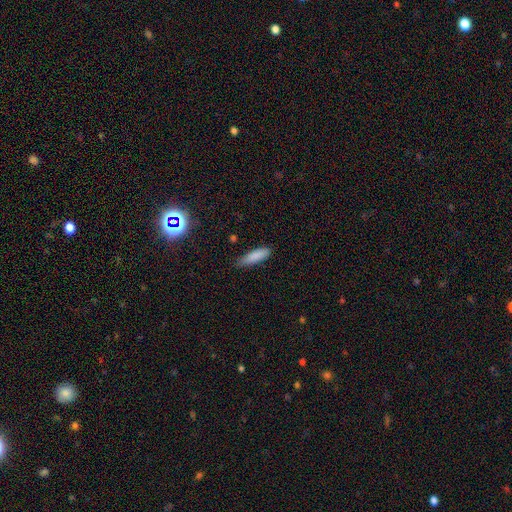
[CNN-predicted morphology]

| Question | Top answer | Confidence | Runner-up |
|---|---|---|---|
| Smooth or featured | smooth | 84% | star or artifact (8%) |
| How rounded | cigar-shaped | 58% | in between (41%) |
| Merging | none | 68% | minor disturbance (26%) |